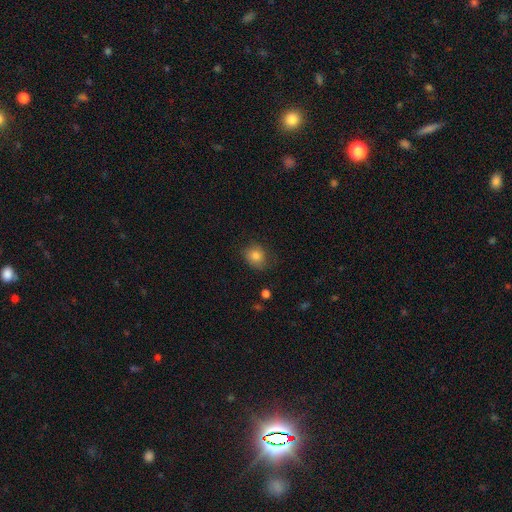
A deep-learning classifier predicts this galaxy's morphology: This is clearly a smooth galaxy (81%). How rounded: likely round (62%). Merging: likely none (74%).